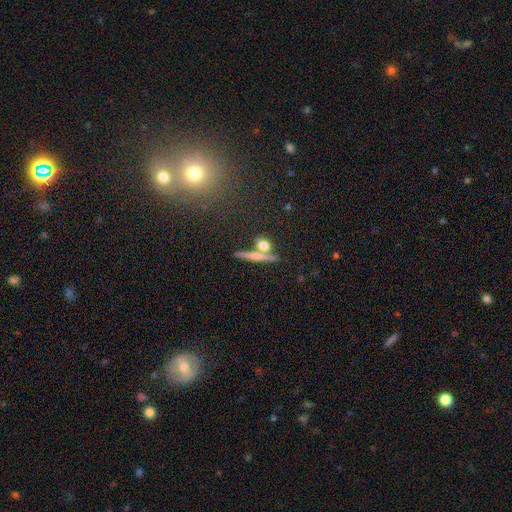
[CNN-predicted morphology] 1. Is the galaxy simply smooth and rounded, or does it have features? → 50% smooth, 39% featured or disk, 11% star or artifact.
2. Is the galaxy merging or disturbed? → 67% none, 20% merger, 9% minor disturbance, 4% major disturbance.